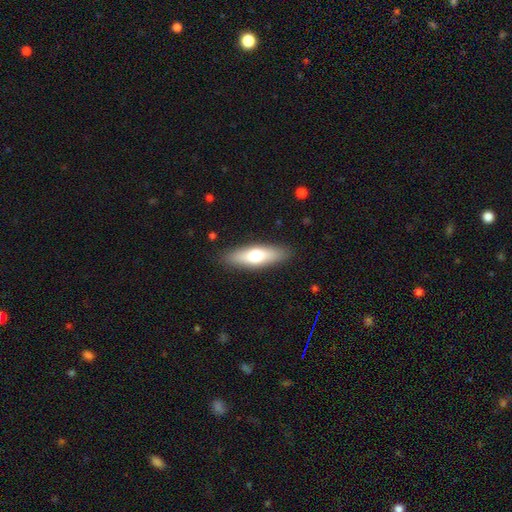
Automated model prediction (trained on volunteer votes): Smooth or featured? smooth (63%)
How rounded? cigar-shaped (49%)
Merging? none (88%)